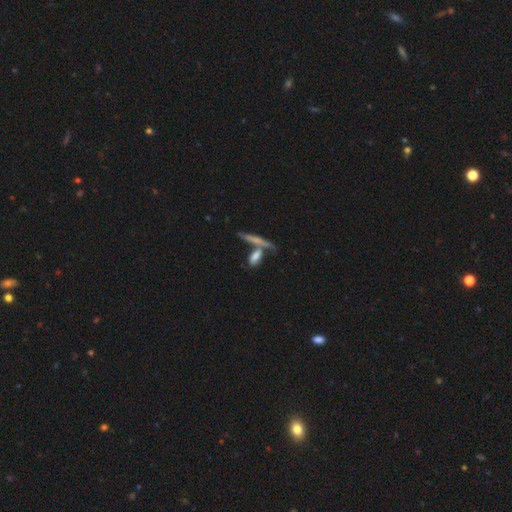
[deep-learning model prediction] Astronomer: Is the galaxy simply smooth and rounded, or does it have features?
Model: smooth — 68%.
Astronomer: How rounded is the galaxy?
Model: in between — 52% (runner-up: cigar-shaped, 43%).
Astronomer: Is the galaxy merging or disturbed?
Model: none — 46% (runner-up: merger, 37%).